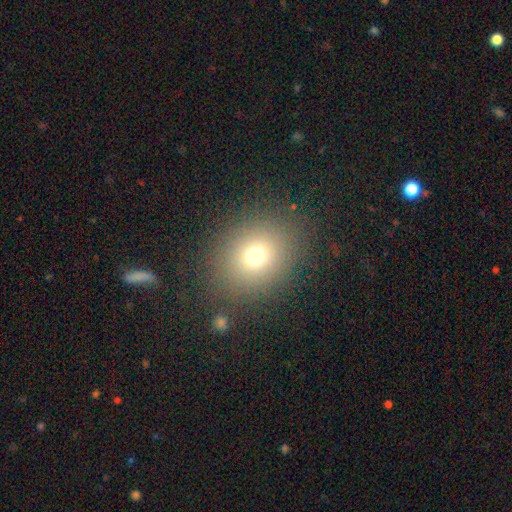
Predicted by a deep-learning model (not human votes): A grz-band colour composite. It shows a smooth galaxy with no disk features (71%) that is round (63%). Merging: none (83%).